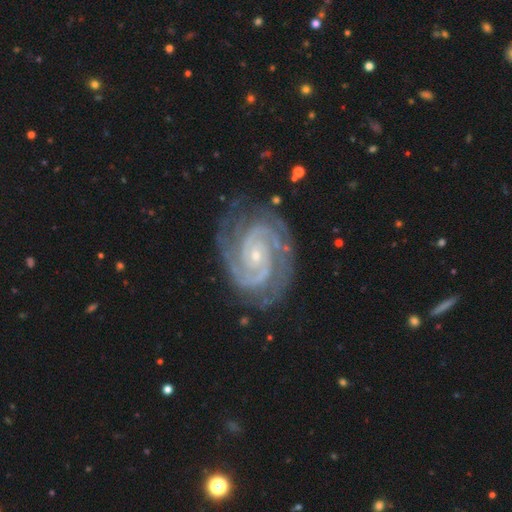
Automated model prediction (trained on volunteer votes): Q: Smooth or featured?
A: featured or disk (94%); runner-up: star or artifact (4%)
Q: Edge-on disk?
A: no (98%); runner-up: yes (2%)
Q: Bar?
A: no (67%); runner-up: weak (24%)
Q: Spiral arms?
A: yes (99%); runner-up: no (1%)
Q: Spiral winding?
A: tight (71%); runner-up: medium (26%)
Q: Spiral arm count?
A: 2 (74%); runner-up: 3 (11%)
Q: Bulge size?
A: small (80%); runner-up: moderate (16%)
Q: Merging?
A: none (77%); runner-up: minor disturbance (16%)